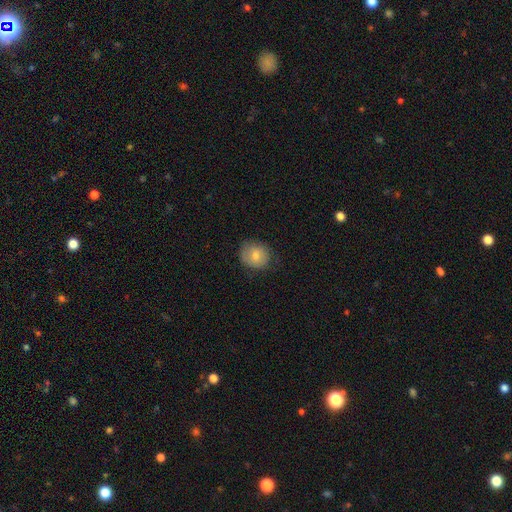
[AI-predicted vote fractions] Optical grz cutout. It shows a smooth galaxy with no disk features (76%) that is round (73%). Merging: none (75%).